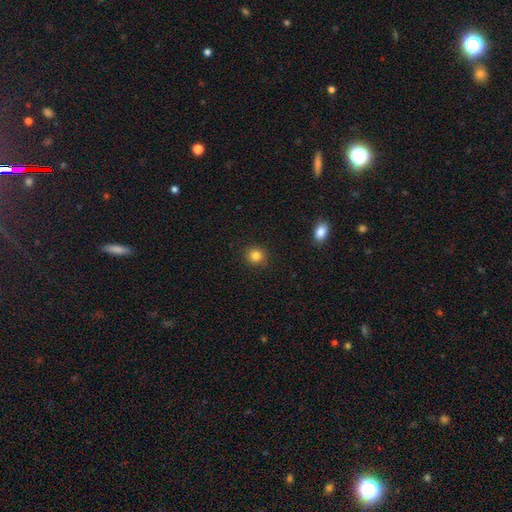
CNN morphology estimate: Q: Smooth or featured?
A: smooth (83%); runner-up: star or artifact (11%)
Q: How rounded?
A: round (89%); runner-up: in between (10%)
Q: Merging?
A: none (90%); runner-up: minor disturbance (7%)